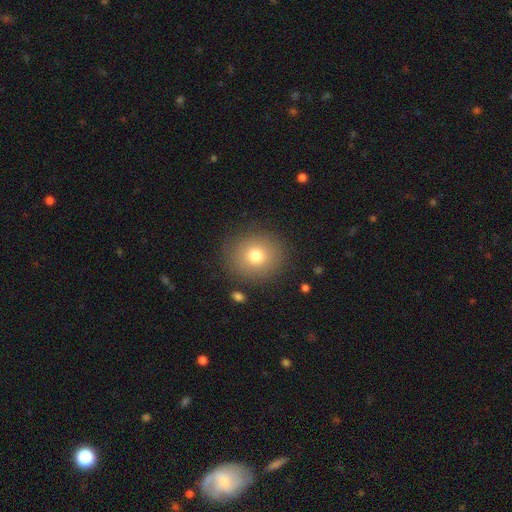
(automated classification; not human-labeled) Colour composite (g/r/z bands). It shows a smooth galaxy with no disk features (76%) that is round (83%). Merging: none (86%).